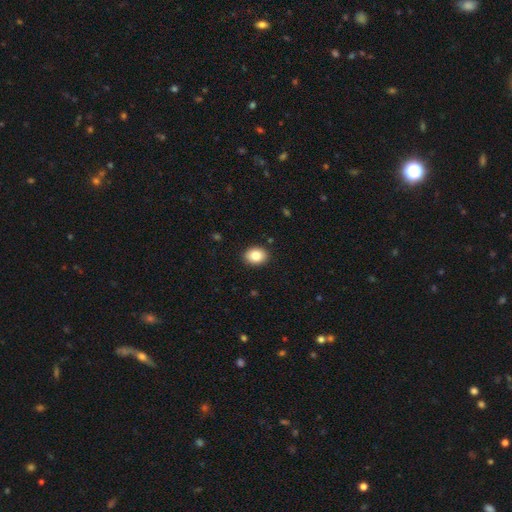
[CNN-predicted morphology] Smooth or featured: smooth — 85% (star or artifact — 8%)
How rounded: in between — 60% (round — 39%)
Merging: none — 90% (minor disturbance — 7%)